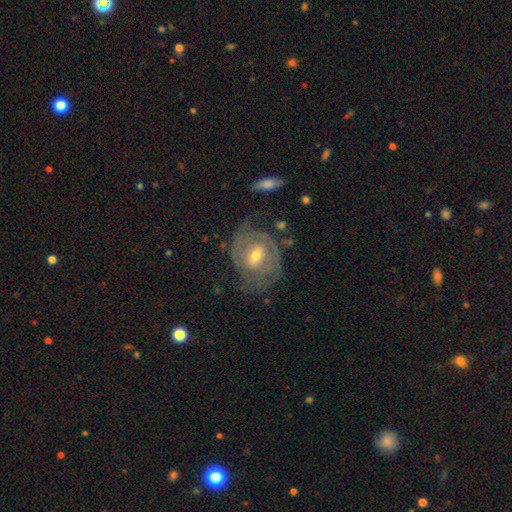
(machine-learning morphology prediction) This appears to be a featured or disk galaxy (77%) with a weak bar (49%), 2 (51%) tight (58%) spiral arms (83%) and a moderate central bulge (55%). Merging: none (61%).